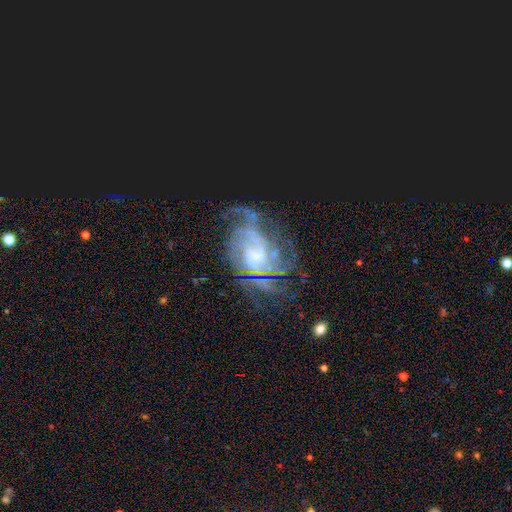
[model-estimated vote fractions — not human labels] featured or disk 83%, star or artifact 10%, smooth 7%. Down the decision tree: edge-on disk — no (97%); bar — no (56%); spiral arms — yes (92%); spiral arm count — can't tell (34%); spiral winding — medium (41%); bulge size — small (48%); merging — none (54%).